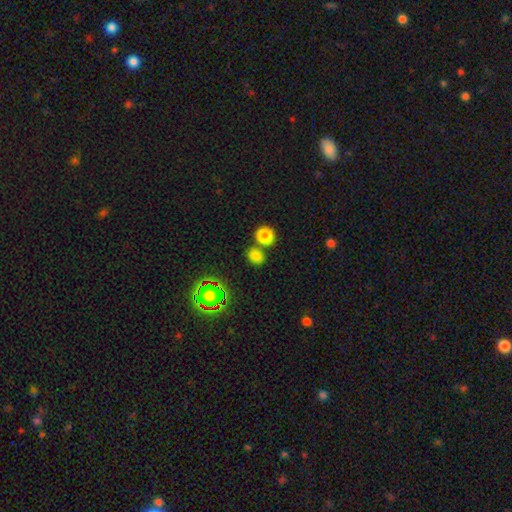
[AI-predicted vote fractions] The model was most divided on "how rounded": round: 57%, in between: 41%, cigar-shaped: 1%. More confident: smooth or featured — smooth (78%); merging — none (62%).